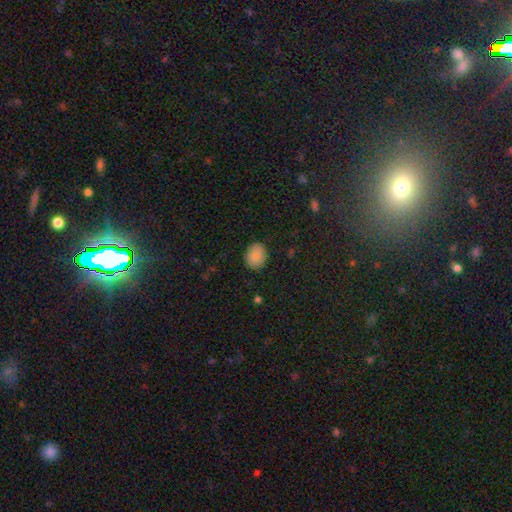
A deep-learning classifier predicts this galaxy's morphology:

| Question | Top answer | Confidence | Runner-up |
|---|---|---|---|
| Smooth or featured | smooth | 87% | star or artifact (8%) |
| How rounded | round | 50% | in between (49%) |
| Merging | none | 87% | minor disturbance (10%) |